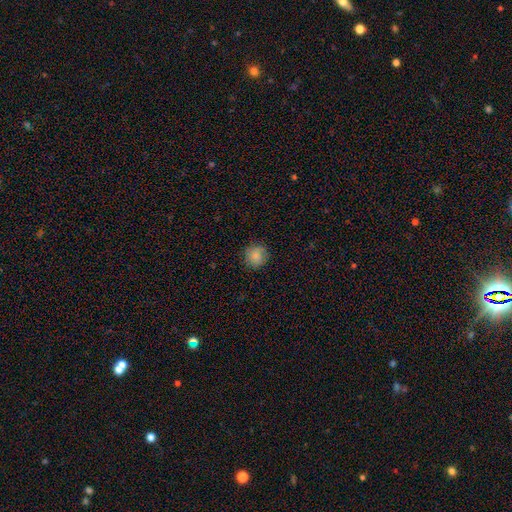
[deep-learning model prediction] smooth 82%, featured or disk 10%, star or artifact 9%. Down the decision tree: how rounded — round (90%); merging — none (82%).